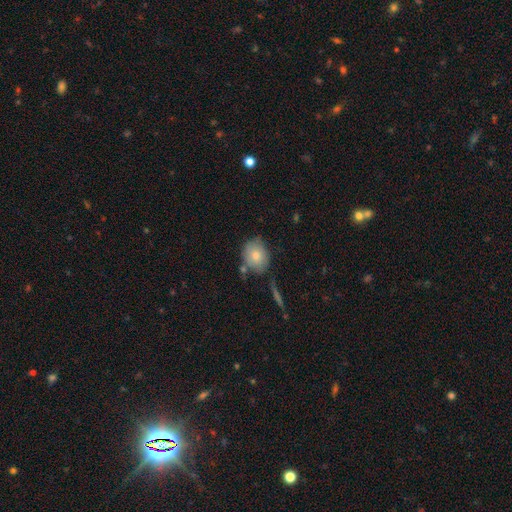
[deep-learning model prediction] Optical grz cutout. It shows a smooth galaxy with no disk features (77%) that is round (56%). Merging: none (65%).